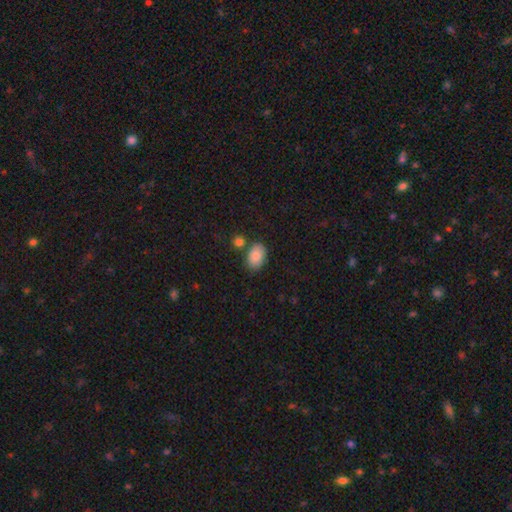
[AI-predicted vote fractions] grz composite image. It shows a smooth galaxy with no disk features (88%) that is in between round and cigar-shaped (88%). Merging: none (72%).